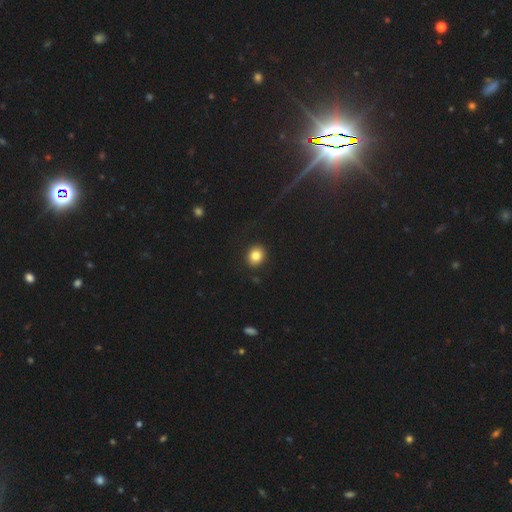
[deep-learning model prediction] Morphology: type=smooth (84%); roundness=round (68%); merging=none (90%).